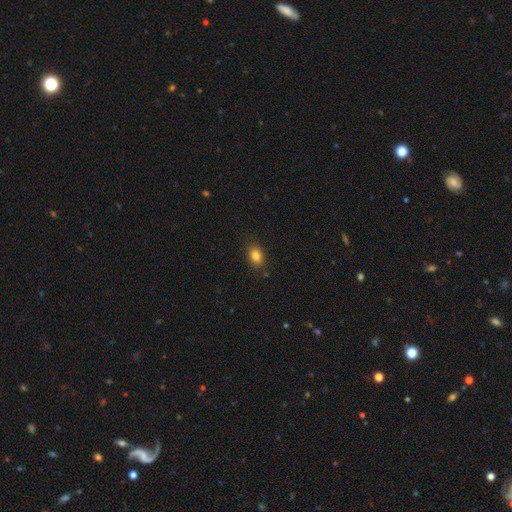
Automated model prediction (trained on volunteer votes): A smooth galaxy with no disk features (84%) that is in between round and cigar-shaped (76%).

Vote fractions:
- Smooth or featured? smooth: 84% / star or artifact: 10% / featured or disk: 6%
- How rounded? in between: 76% / round: 23% / cigar-shaped: 1%
- Merging? none: 86% / minor disturbance: 10% / major disturbance: 2% / merger: 1%